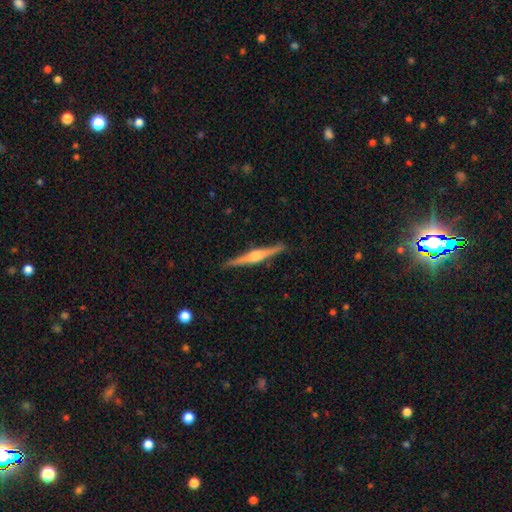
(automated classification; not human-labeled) Smooth or featured: featured or disk — 78% (smooth — 17%)
Edge-on disk: yes — 98% (no — 2%)
Edge-on bulge: rounded — 83% (boxy — 12%)
Merging: none — 90% (minor disturbance — 7%)